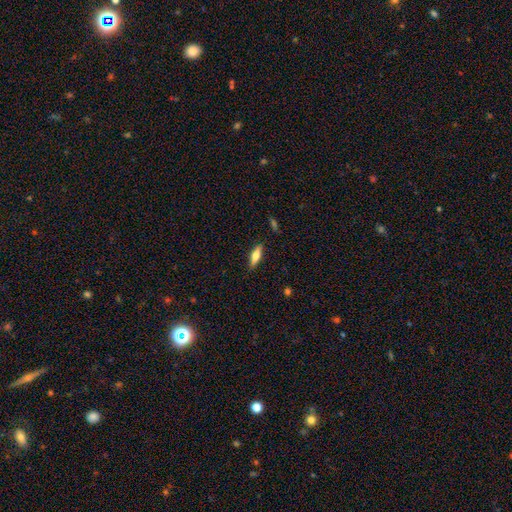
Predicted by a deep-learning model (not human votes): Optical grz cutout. It shows a smooth galaxy with no disk features (66%) that is cigar-shaped (50%). Merging: none (86%).